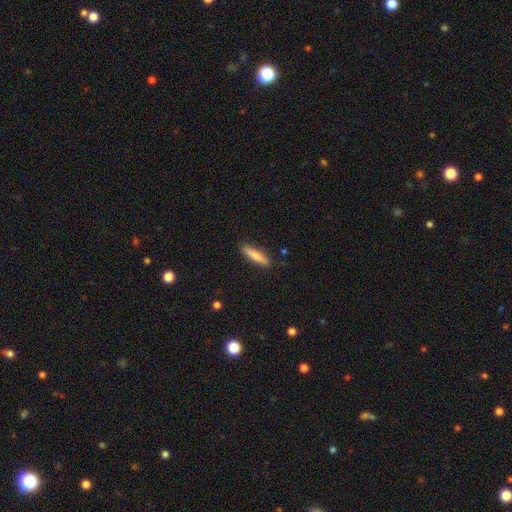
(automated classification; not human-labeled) Q: Smooth or featured?
A: smooth (78%); runner-up: featured or disk (16%)
Q: How rounded?
A: cigar-shaped (78%); runner-up: in between (21%)
Q: Merging?
A: none (87%); runner-up: minor disturbance (10%)